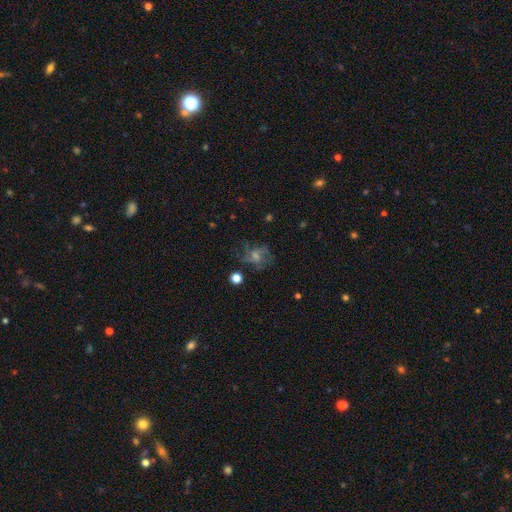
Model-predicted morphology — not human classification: smooth_or_featured: featured or disk (p=0.54) [alt: star or artifact p=0.23]
disk_edge_on: no (p=0.96) [alt: yes p=0.04]
bar: no (p=0.66) [alt: weak p=0.29]
has_spiral_arms: yes (p=0.77) [alt: no p=0.23]
bulge_size: small (p=0.43) [alt: moderate p=0.37]
merging: none (p=0.61) [alt: major disturbance p=0.19]